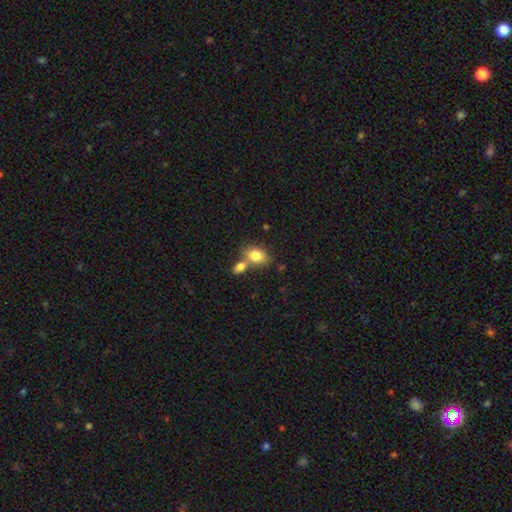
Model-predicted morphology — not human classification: Smooth or featured?
  - smooth: 81% *
  - featured or disk: 10%
  - star or artifact: 8%
How rounded?
  - in between: 72% *
  - round: 26%
  - cigar-shaped: 2%
Merging?
  - none: 43% *
  - merger: 42%
  - minor disturbance: 11%
  - major disturbance: 4%